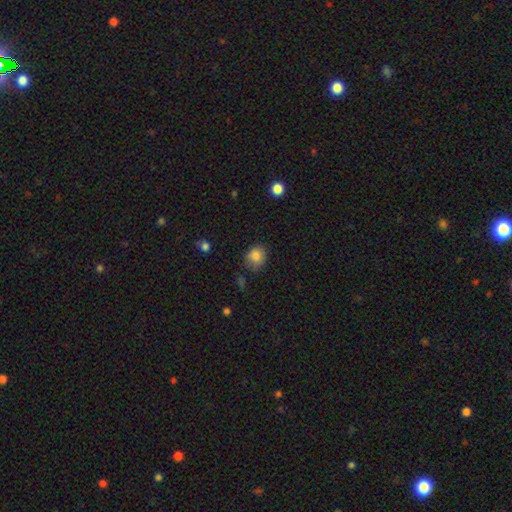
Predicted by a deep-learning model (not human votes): smooth_or_featured: smooth (p=0.84) [alt: star or artifact p=0.10]
how_rounded: round (p=0.68) [alt: in between p=0.31]
merging: none (p=0.70) [alt: minor disturbance p=0.23]